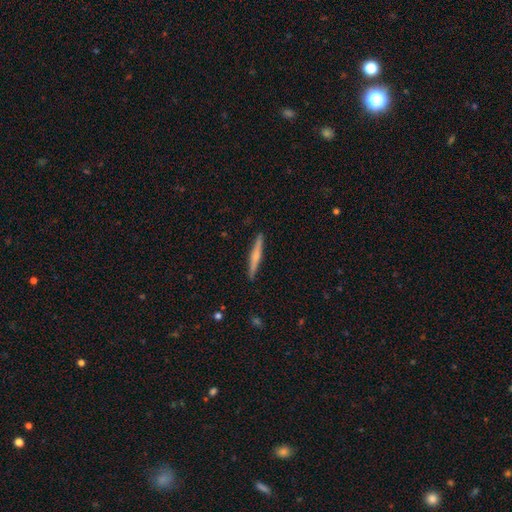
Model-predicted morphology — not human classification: smooth-or-featured: smooth: 47% (tied) | featured or disk: 47% (tied) | star or artifact: 6%
  merging: none: 91% | minor disturbance: 6% | major disturbance: 1% | merger: 1%